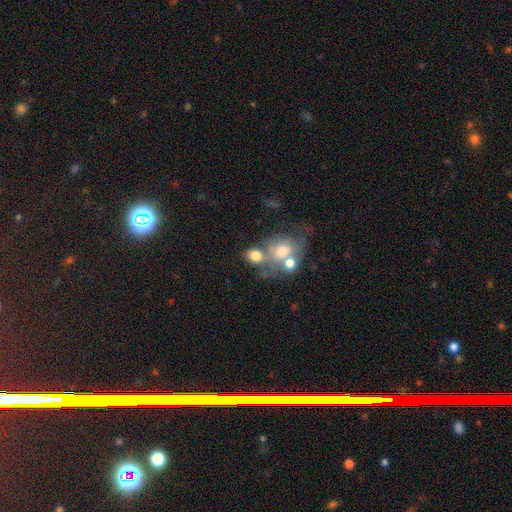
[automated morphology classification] This appears to be a smooth galaxy with no disk features (71%) that is in between round and cigar-shaped (51%). Merging: merger (44%).